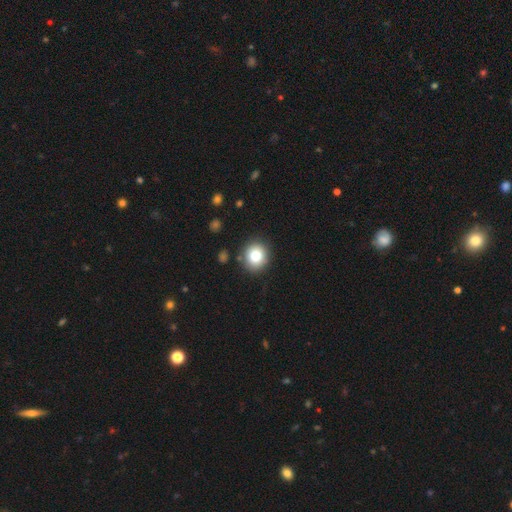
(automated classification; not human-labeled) The model was most divided on "smooth or featured": smooth: 79%, star or artifact: 11%, featured or disk: 10%. More confident: merging — none (88%); how rounded — round (84%).